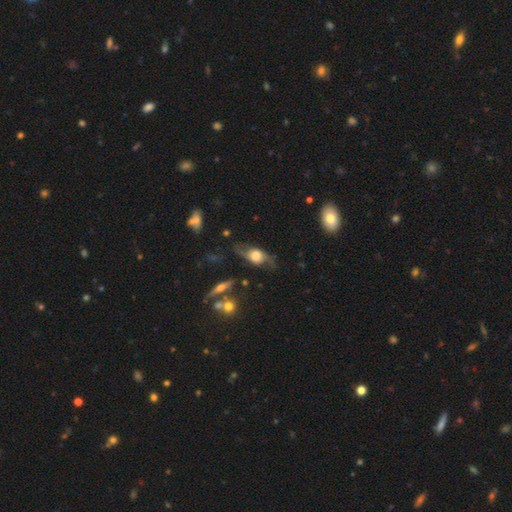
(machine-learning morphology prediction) type=featured or disk (64%); edge-on=no (67%); merging=none (60%).